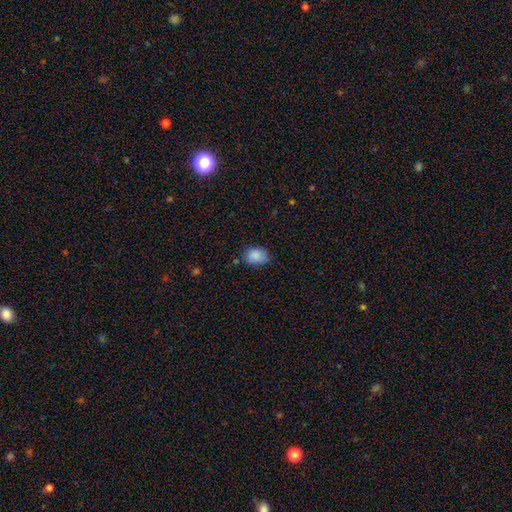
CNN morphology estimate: Smooth or featured: smooth — 88% (star or artifact — 8%)
How rounded: in between — 68% (round — 31%)
Merging: none — 75% (minor disturbance — 19%)